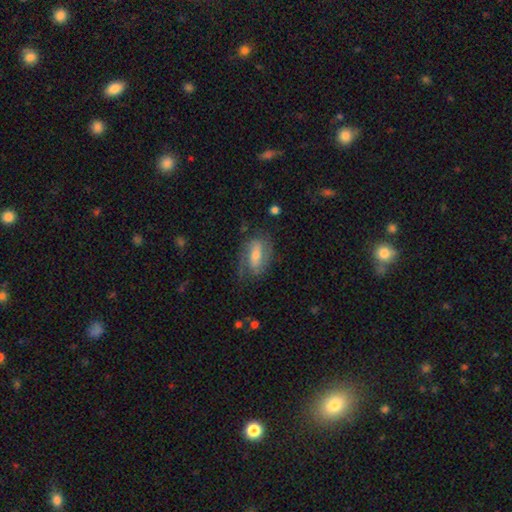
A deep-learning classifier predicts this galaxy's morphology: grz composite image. It shows a featured or disk galaxy (58%) with a weak bar (35%), spiral arms (77%) and a moderate central bulge (51%). Merging: none (61%).